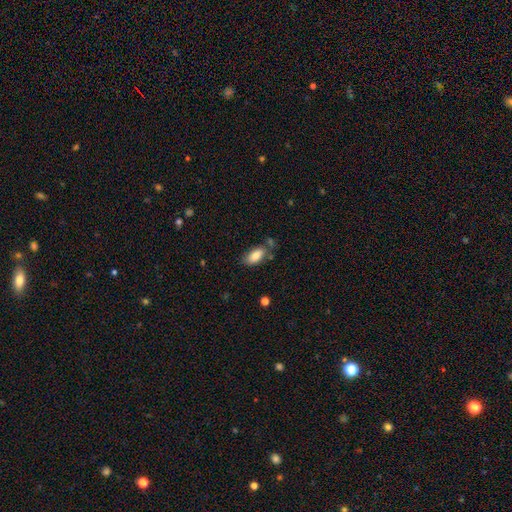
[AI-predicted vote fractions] This is clearly a smooth galaxy (84%). How rounded: clearly in between (91%). Merging: likely none (64%).